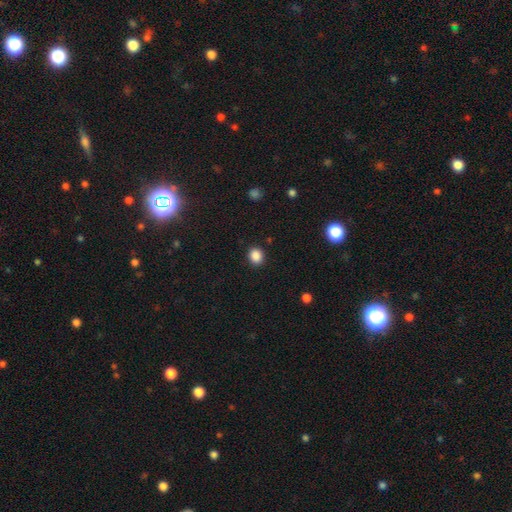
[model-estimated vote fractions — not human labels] The model was most divided on "how rounded": round: 67%, in between: 32%, cigar-shaped: 1%. More confident: merging — none (89%); smooth or featured — smooth (87%).